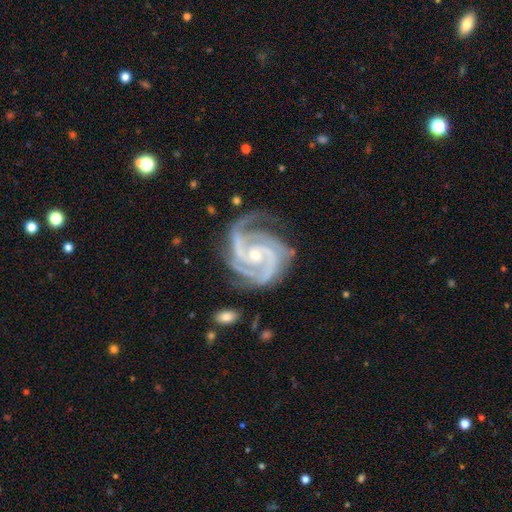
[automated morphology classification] Smooth or featured: featured or disk — 94% (star or artifact — 4%)
Edge-on disk: no — 98% (yes — 2%)
Bar: no — 57% (weak — 29%)
Spiral arms: yes — 99% (no — 1%)
Spiral winding: tight — 61% (medium — 35%)
Spiral arm count: 3 — 52% (2 — 27%)
Bulge size: small — 53% (moderate — 44%)
Merging: none — 66% (minor disturbance — 22%)